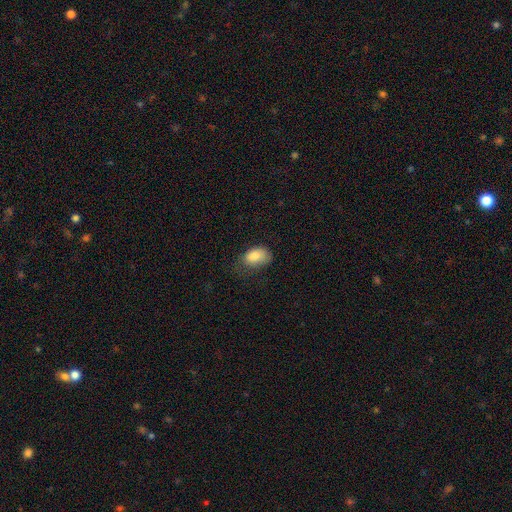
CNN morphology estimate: A smooth galaxy with no disk features (83%) that is in between round and cigar-shaped (90%).

Vote fractions:
- Smooth or featured? smooth: 83% / featured or disk: 9% / star or artifact: 8%
- How rounded? in between: 90% / round: 9% / cigar-shaped: 1%
- Merging? none: 48% / minor disturbance: 34% / major disturbance: 16% / merger: 2%